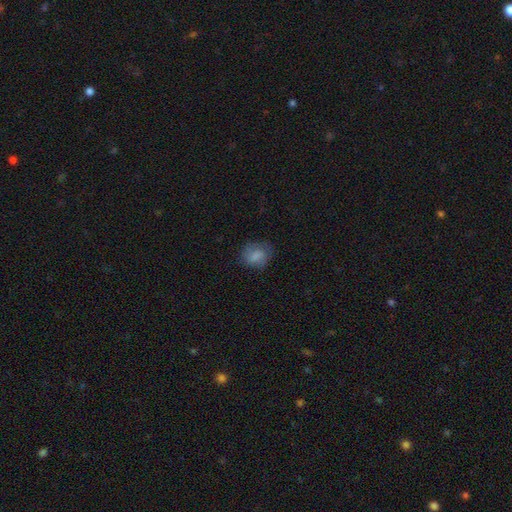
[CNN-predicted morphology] This is likely a smooth galaxy (77%). How rounded: possibly round (56%). Merging: likely none (69%).